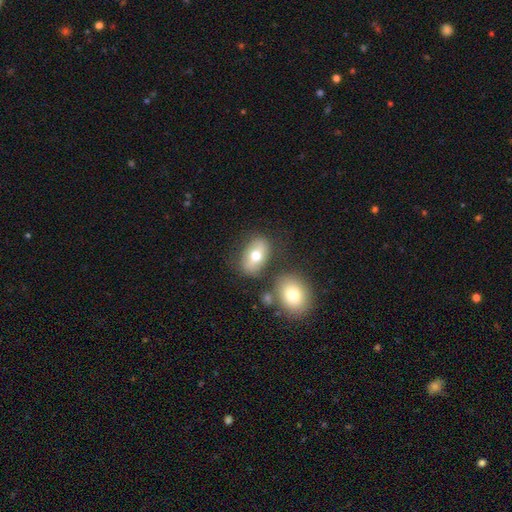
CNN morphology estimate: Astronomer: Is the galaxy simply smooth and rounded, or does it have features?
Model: smooth — 65%.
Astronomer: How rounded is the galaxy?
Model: in between — 84%.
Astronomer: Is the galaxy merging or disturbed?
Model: none — 71%.